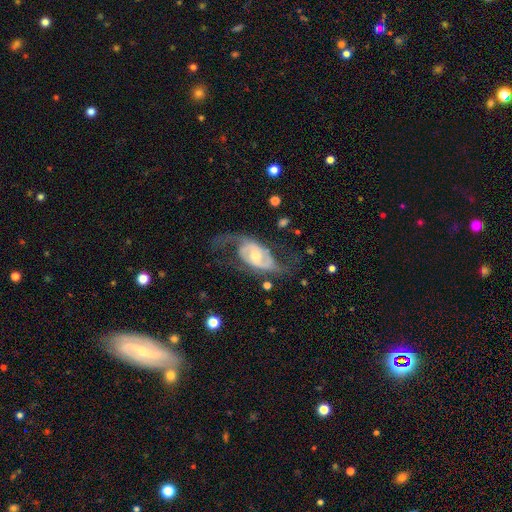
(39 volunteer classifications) Q: Smooth or featured?
A: featured or disk (90%); runner-up: star or artifact (8%)
Q: Edge-on disk?
A: no (89%); runner-up: yes (11%)
Q: Bar?
A: no (58%); runner-up: weak (39%)
Q: Spiral arms?
A: yes (90%); runner-up: no (10%)
Q: Spiral winding?
A: medium (46%); tied with: loose (46%)
Q: Spiral arm count?
A: 2 (93%); runner-up: 1 (4%)
Q: Bulge size?
A: moderate (71%); runner-up: small (26%)
Q: Merging?
A: none (56%); runner-up: minor disturbance (22%)